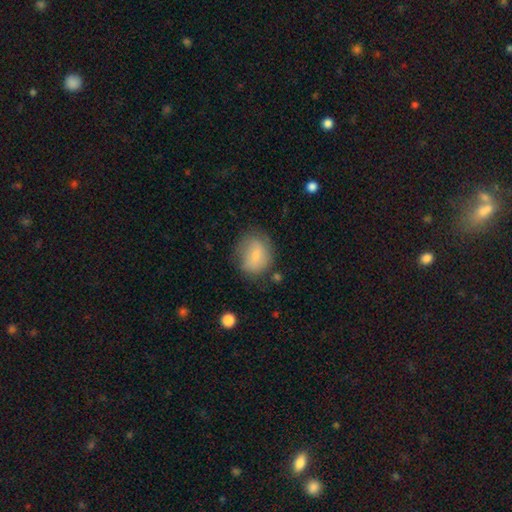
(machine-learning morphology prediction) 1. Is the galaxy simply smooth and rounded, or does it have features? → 73% smooth, 19% featured or disk, 8% star or artifact.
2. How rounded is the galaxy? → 56% round, 43% in between, 1% cigar-shaped.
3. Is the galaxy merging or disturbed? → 62% none, 25% minor disturbance, 10% major disturbance, 3% merger.